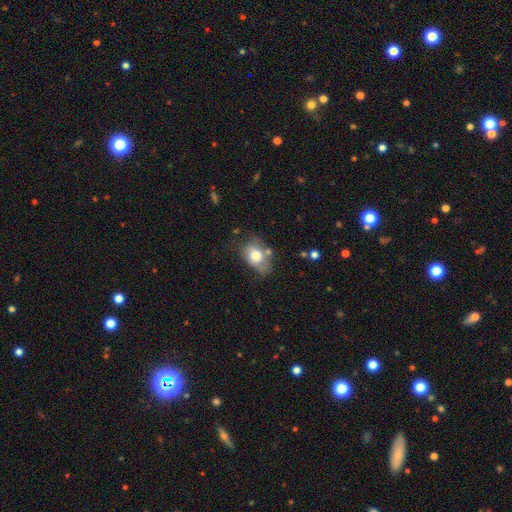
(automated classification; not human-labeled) smooth 72%, featured or disk 20%, star or artifact 8%. Down the decision tree: how rounded — in between (80%); merging — none (52%).